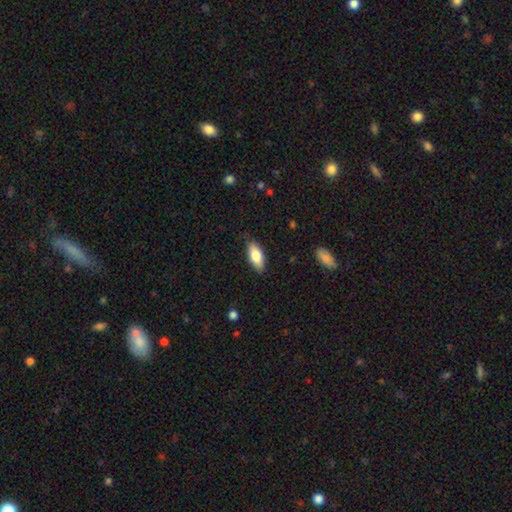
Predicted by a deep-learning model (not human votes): This appears to be a smooth galaxy with no disk features (79%) that is in between round and cigar-shaped (83%). Merging: none (83%).